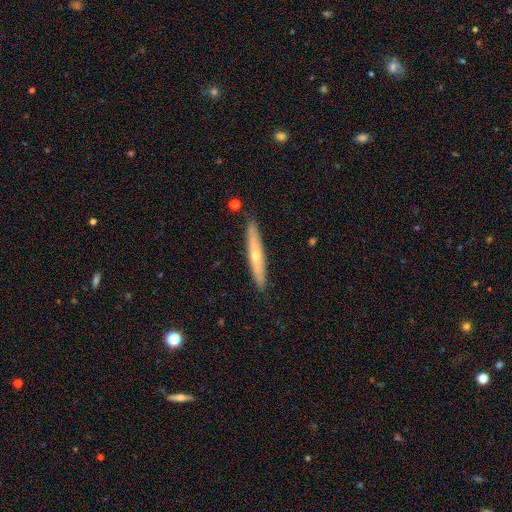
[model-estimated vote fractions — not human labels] Morphology: type=featured or disk (55%); edge-on=yes (89%); merging=none (89%).